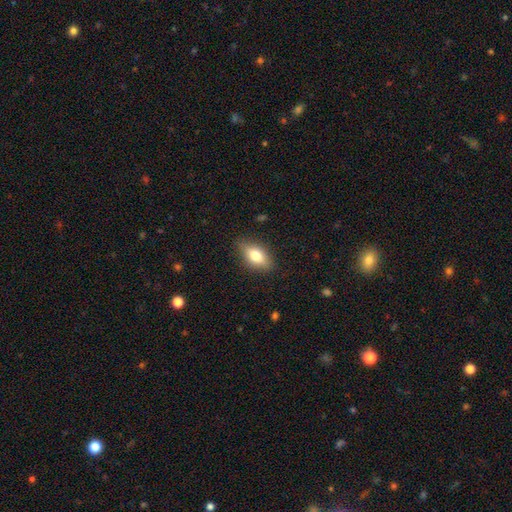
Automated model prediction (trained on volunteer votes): This is likely a smooth galaxy (72%). How rounded: clearly in between (83%). Merging: clearly none (82%).